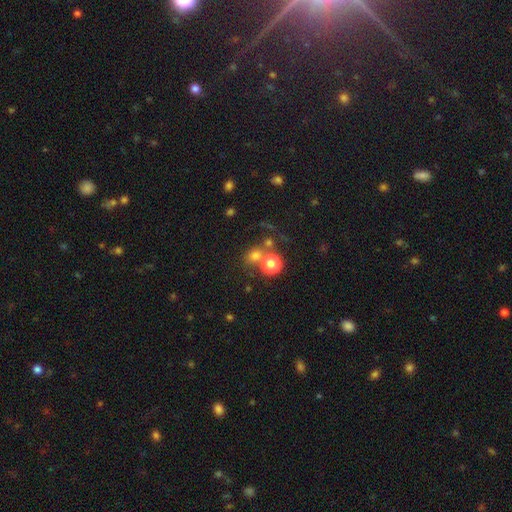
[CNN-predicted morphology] Overall: smooth (71%). How rounded: round (73%). Merging: none (58%; merger 27%).